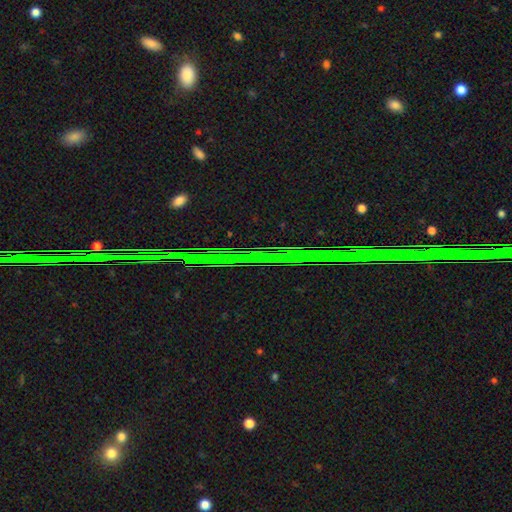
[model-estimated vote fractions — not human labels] star or artifact 87%, featured or disk 7%, smooth 6%.